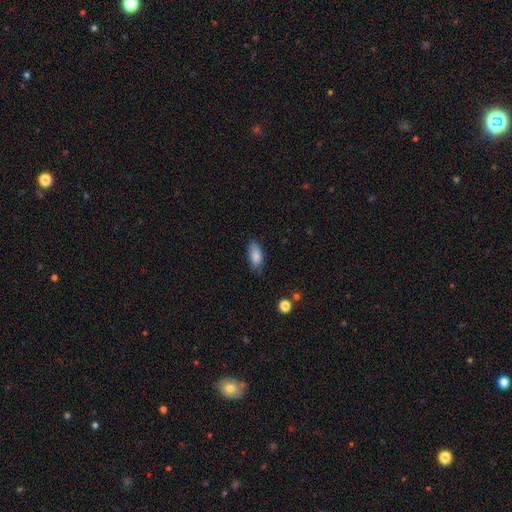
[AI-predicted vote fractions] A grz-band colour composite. It shows a smooth galaxy with no disk features (85%) that is in between round and cigar-shaped (87%). Merging: none (70%).